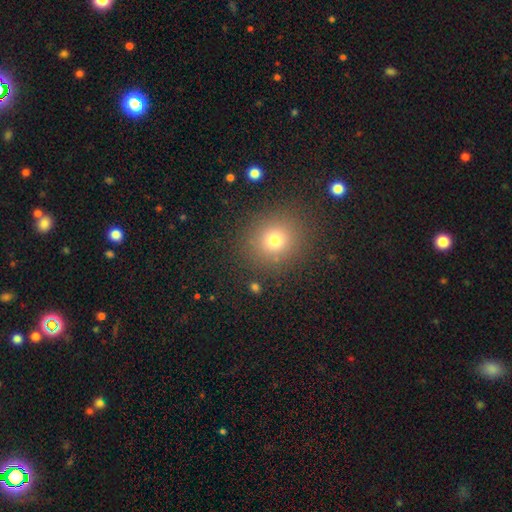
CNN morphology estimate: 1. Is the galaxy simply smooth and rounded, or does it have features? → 64% smooth, 29% star or artifact, 7% featured or disk.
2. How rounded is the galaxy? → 86% round, 13% in between, 1% cigar-shaped.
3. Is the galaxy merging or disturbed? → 91% none, 5% minor disturbance, 2% major disturbance, 2% merger.